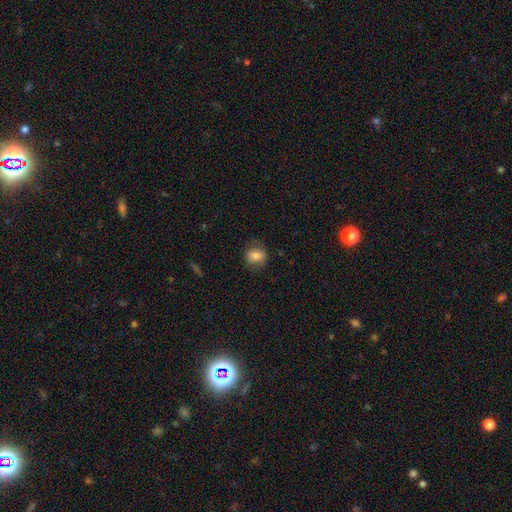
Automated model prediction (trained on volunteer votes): This appears to be a smooth galaxy with no disk features (78%) that is round (57%). Merging: none (74%).